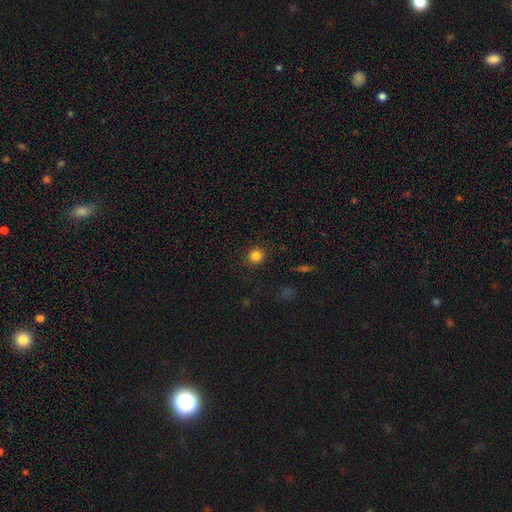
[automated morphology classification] smooth-or-featured: smooth: 83% | star or artifact: 12% | featured or disk: 5%
  how-rounded: round: 90% | in between: 9% | cigar-shaped: 1%
  merging: none: 89% | minor disturbance: 7% | major disturbance: 3% | merger: 1%